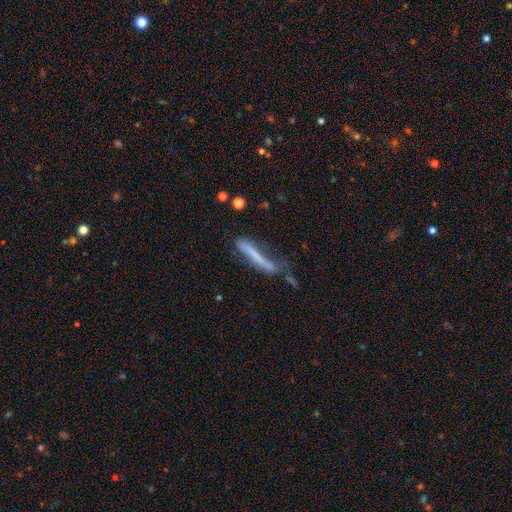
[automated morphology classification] Overall: smooth (53%; featured or disk 39%). How rounded: cigar-shaped (93%). Merging: none (39%; minor disturbance 28%).